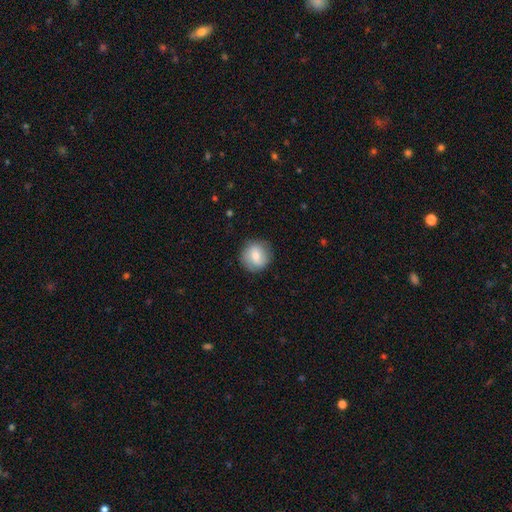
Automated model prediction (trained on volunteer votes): smooth_or_featured: smooth (p=0.69) [alt: featured or disk p=0.23]
how_rounded: round (p=0.90) [alt: in between p=0.09]
merging: none (p=0.85) [alt: minor disturbance p=0.11]